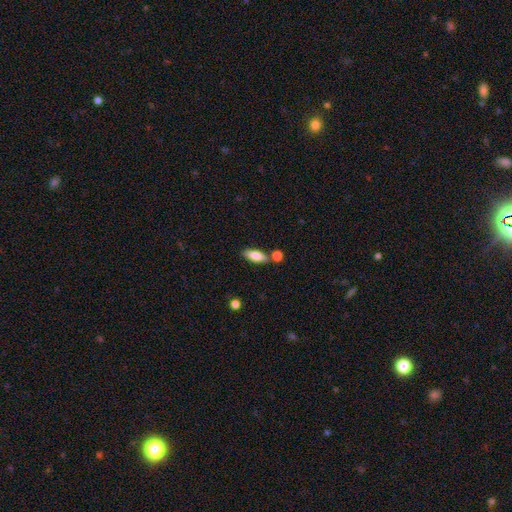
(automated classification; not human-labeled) smooth-or-featured: smooth: 79% | featured or disk: 14% | star or artifact: 6%
  how-rounded: in between: 73% | cigar-shaped: 24% | round: 3%
  merging: none: 71% | merger: 15% | minor disturbance: 12% | major disturbance: 3%